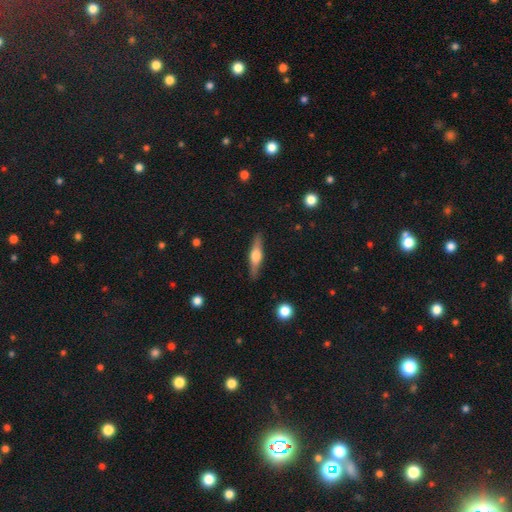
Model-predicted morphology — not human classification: A featured or disk galaxy (63%) viewed edge-on (96%) with a rounded central bulge (92%).

Vote fractions:
- Smooth or featured? featured or disk: 63% / smooth: 31% / star or artifact: 6%
- Edge-on disk? yes: 96% / no: 4%
- Edge-on bulge? rounded: 92% / boxy: 6% / none: 2%
- Merging? none: 88% / minor disturbance: 8% / major disturbance: 2% / merger: 1%